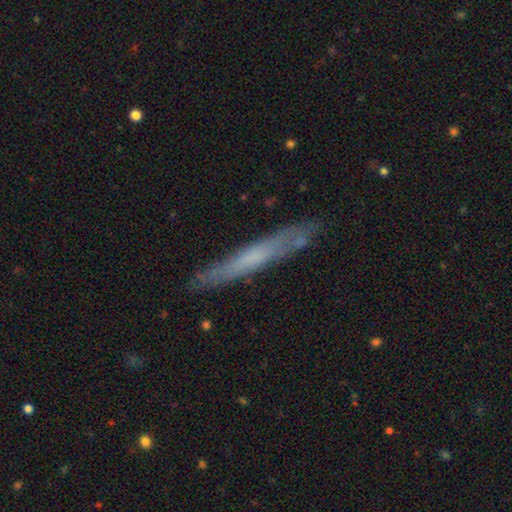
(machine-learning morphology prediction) Smooth or featured? smooth (50%)
Merging? none (82%)